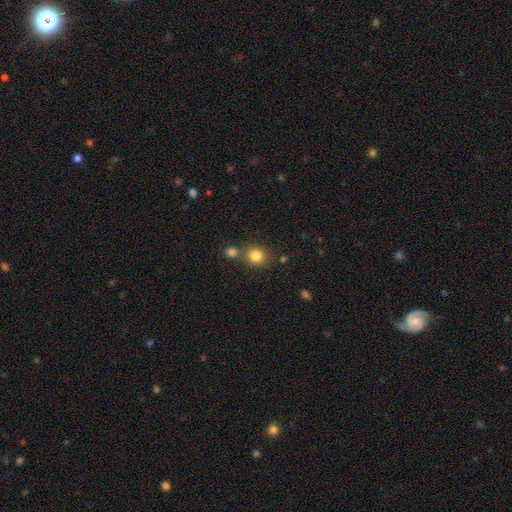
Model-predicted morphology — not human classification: Q: Smooth or featured?
A: smooth (83%); runner-up: star or artifact (12%)
Q: How rounded?
A: round (84%); runner-up: in between (15%)
Q: Merging?
A: none (68%); runner-up: merger (20%)